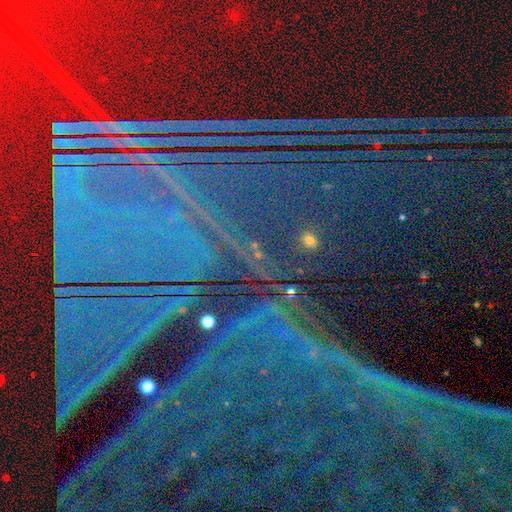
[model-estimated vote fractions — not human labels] Smooth or featured? Predicted: star or artifact (p=0.90).